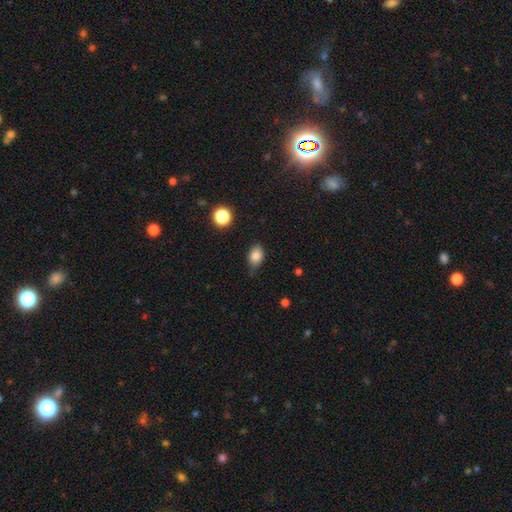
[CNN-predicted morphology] Smooth or featured? Predicted: smooth (p=0.84). How rounded? Predicted: in between (p=0.82). Merging? Predicted: none (p=0.72).